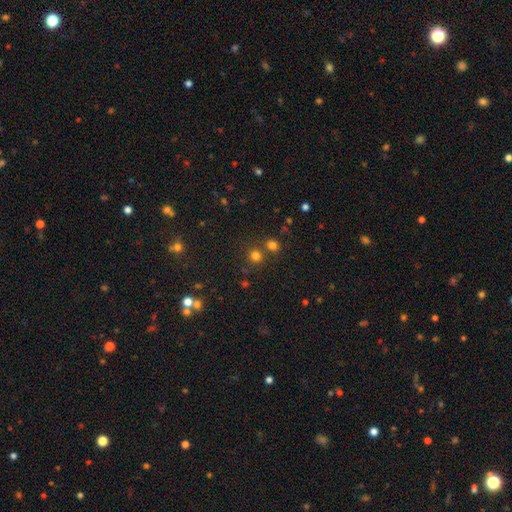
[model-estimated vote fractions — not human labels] Smooth or featured?
  - smooth: 74% *
  - star or artifact: 21%
  - featured or disk: 6%
How rounded?
  - round: 90% *
  - in between: 9%
  - cigar-shaped: 1%
Merging?
  - none: 71% *
  - merger: 20%
  - minor disturbance: 7%
  - major disturbance: 3%